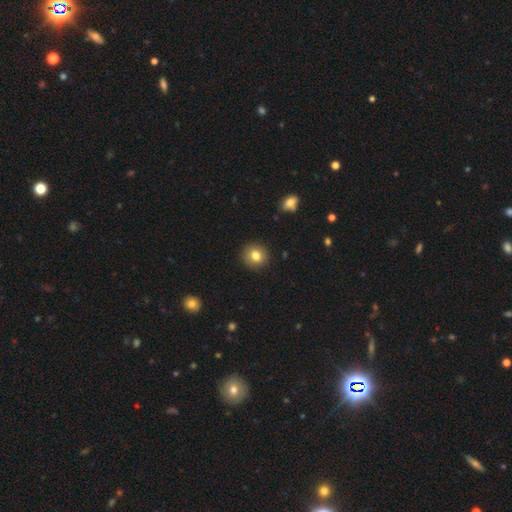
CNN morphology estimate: The model was most divided on "smooth or featured": smooth: 81%, star or artifact: 10%, featured or disk: 9%. More confident: merging — none (91%); how rounded — round (89%).